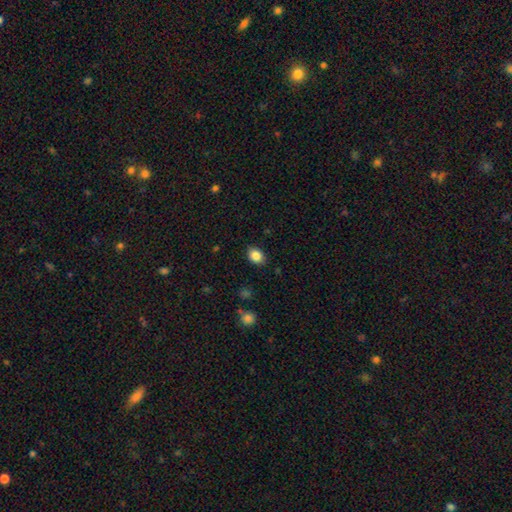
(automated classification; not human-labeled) Smooth or featured?
  - smooth: 86% *
  - star or artifact: 9%
  - featured or disk: 5%
How rounded?
  - in between: 63% *
  - round: 36%
  - cigar-shaped: 1%
Merging?
  - none: 86% *
  - minor disturbance: 10%
  - major disturbance: 2%
  - merger: 1%